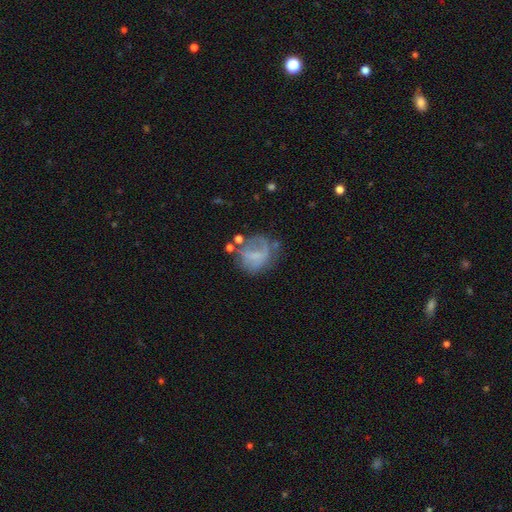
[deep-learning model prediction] Smooth or featured: featured or disk — 47% (smooth — 42%)
Merging: none — 42% (minor disturbance — 25%)